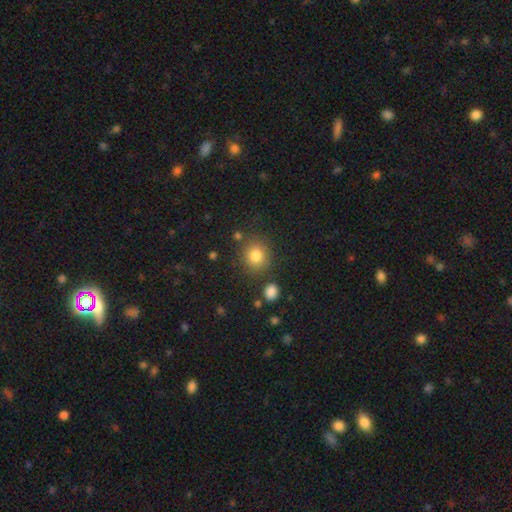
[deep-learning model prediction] Smooth or featured? smooth (82%)
How rounded? round (83%)
Merging? none (81%)